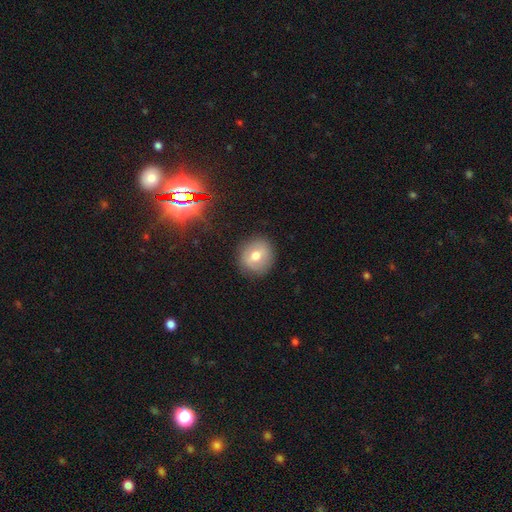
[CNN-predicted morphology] Smooth or featured?
  - smooth: 65% *
  - featured or disk: 25%
  - star or artifact: 11%
How rounded?
  - round: 88% *
  - in between: 11%
  - cigar-shaped: 1%
Merging?
  - none: 87% *
  - minor disturbance: 10%
  - major disturbance: 3%
  - merger: 1%